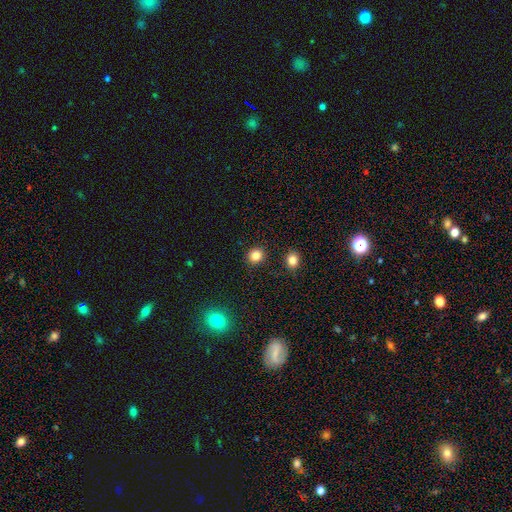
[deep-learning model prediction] Smooth or featured: smooth — 84% (star or artifact — 11%)
How rounded: round — 85% (in between — 14%)
Merging: none — 91% (minor disturbance — 5%)